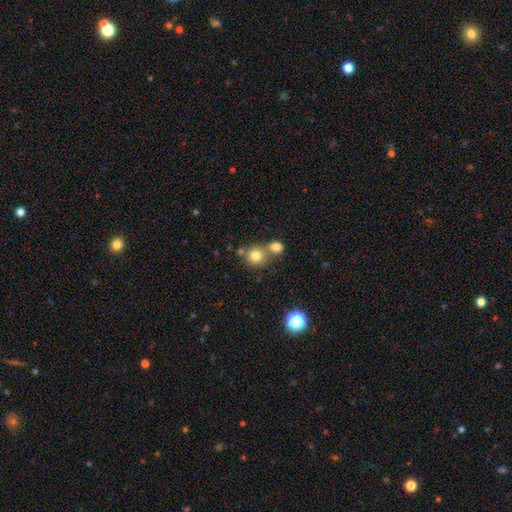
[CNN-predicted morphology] The model was most divided on "merging": none: 53%, merger: 37%, minor disturbance: 8%, major disturbance: 3%. More confident: how rounded — round (89%); smooth or featured — smooth (78%).